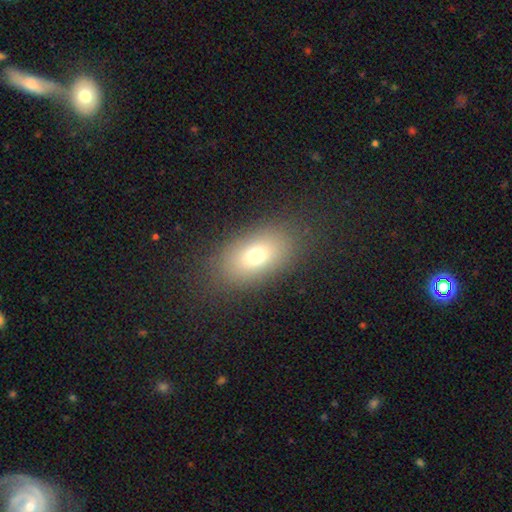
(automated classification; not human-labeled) Overall: smooth (73%). How rounded: in between (86%). Merging: none (84%).